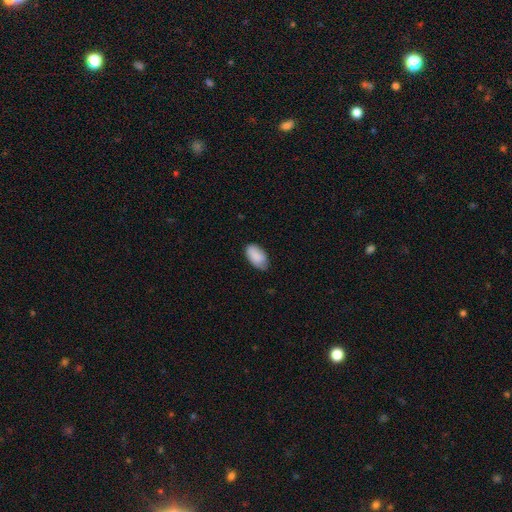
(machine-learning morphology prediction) smooth_or_featured: smooth (p=0.88) [alt: star or artifact p=0.06]
how_rounded: in between (p=0.94) [alt: round p=0.04]
merging: none (p=0.69) [alt: minor disturbance p=0.26]